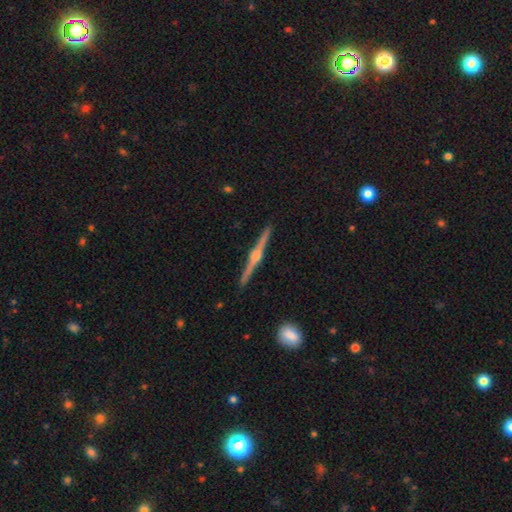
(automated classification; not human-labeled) The model was most divided on "smooth or featured": featured or disk: 86%, smooth: 9%, star or artifact: 5%. More confident: edge-on disk — yes (99%); merging — none (93%); edge-on bulge — rounded (90%).